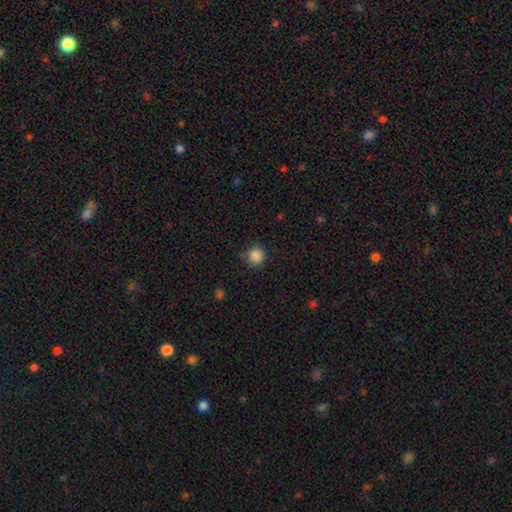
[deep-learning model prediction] smooth 86%, star or artifact 11%, featured or disk 4%. Down the decision tree: how rounded — round (92%); merging — none (84%).